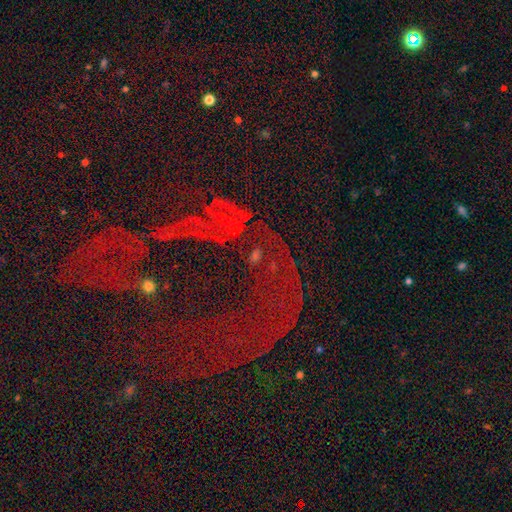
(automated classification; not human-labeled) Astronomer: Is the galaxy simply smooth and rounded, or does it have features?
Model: star or artifact — 72%.